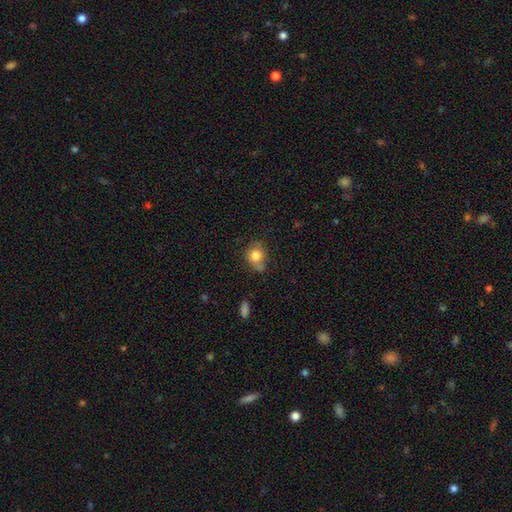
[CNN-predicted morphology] This appears to be a smooth galaxy with no disk features (80%) that is round (73%). Merging: none (57%).